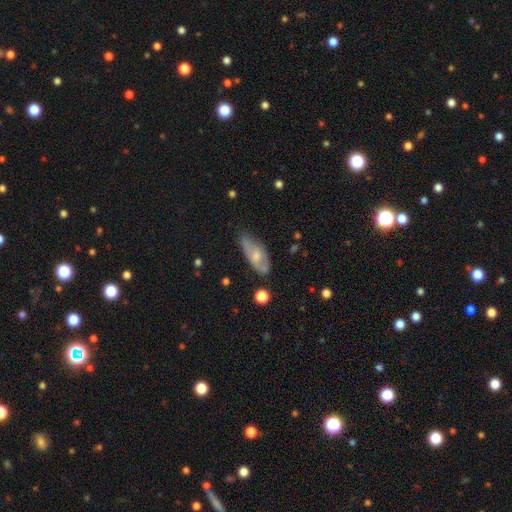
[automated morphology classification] Smooth or featured? smooth (49%)
Merging? none (61%)